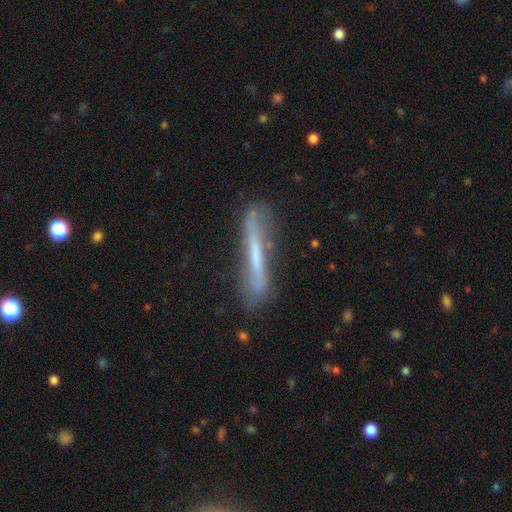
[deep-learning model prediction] A featured or disk galaxy (49%).

Vote fractions:
- Smooth or featured? featured or disk: 49% / smooth: 44% / star or artifact: 8%
- Merging? none: 67% / minor disturbance: 21% / major disturbance: 8% / merger: 4%